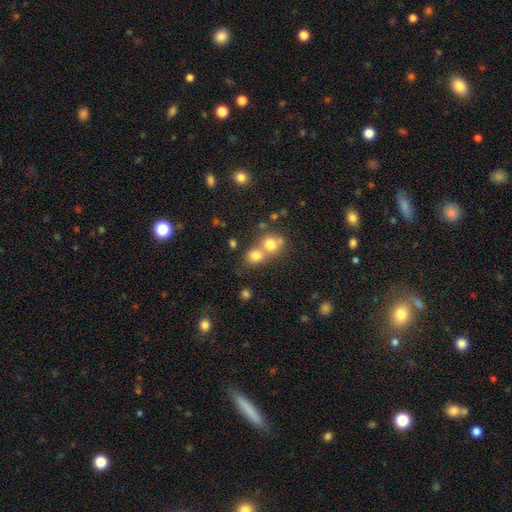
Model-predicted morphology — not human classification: A smooth galaxy with no disk features (77%) that is round (74%). Merging: merger (52%).